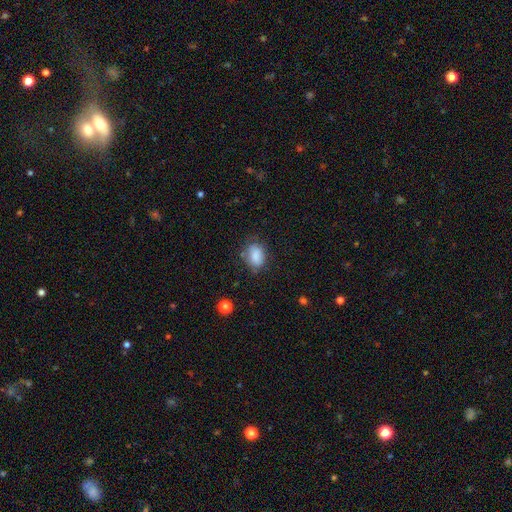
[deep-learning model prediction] A smooth galaxy with no disk features (85%) that is in between round and cigar-shaped (80%). Merging: none (69%).